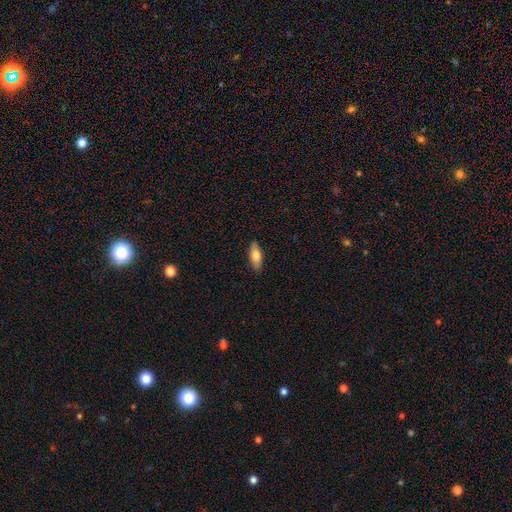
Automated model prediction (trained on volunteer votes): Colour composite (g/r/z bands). It shows a smooth galaxy with no disk features (71%) that is in between round and cigar-shaped (70%). Merging: none (88%).